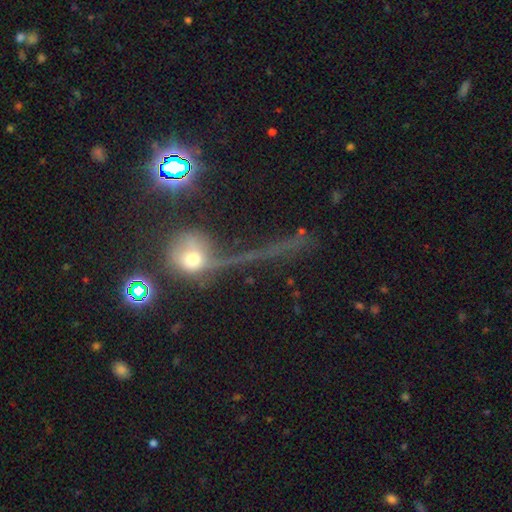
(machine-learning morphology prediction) This appears to be a featured or disk galaxy (36%). Merging: major disturbance (42%).